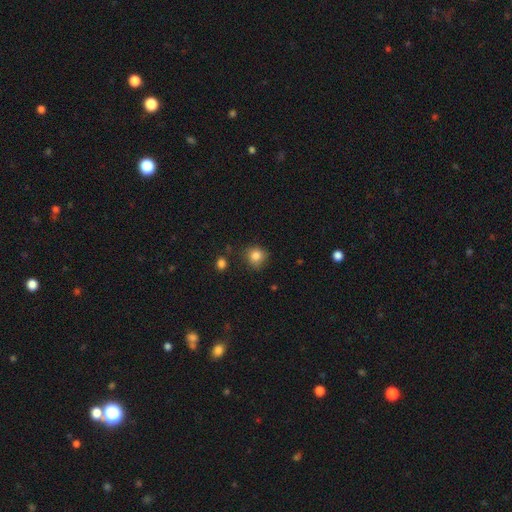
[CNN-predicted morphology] Q: Smooth or featured?
A: smooth (84%); runner-up: star or artifact (11%)
Q: How rounded?
A: round (85%); runner-up: in between (14%)
Q: Merging?
A: none (75%); runner-up: minor disturbance (18%)